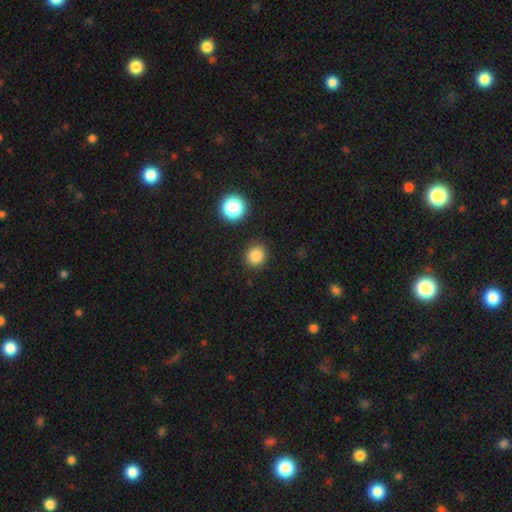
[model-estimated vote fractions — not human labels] A smooth galaxy with no disk features (83%) that is round (88%).

Vote fractions:
- Smooth or featured? smooth: 83% / star or artifact: 13% / featured or disk: 4%
- How rounded? round: 88% / in between: 11% / cigar-shaped: 1%
- Merging? none: 88% / minor disturbance: 7% / major disturbance: 3% / merger: 2%